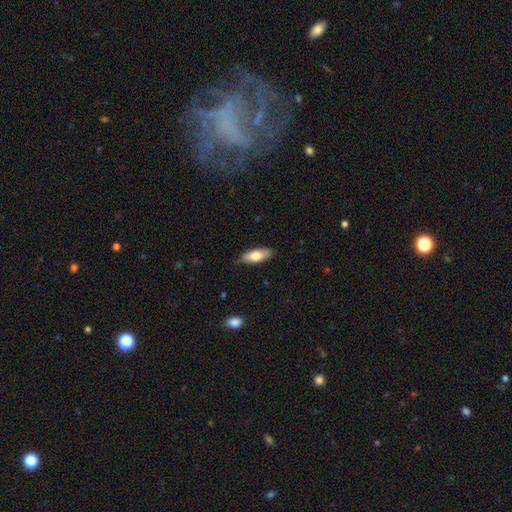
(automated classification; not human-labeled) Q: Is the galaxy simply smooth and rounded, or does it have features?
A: smooth — 74%.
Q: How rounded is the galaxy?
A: in between — 79%.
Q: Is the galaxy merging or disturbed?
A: none — 82%.